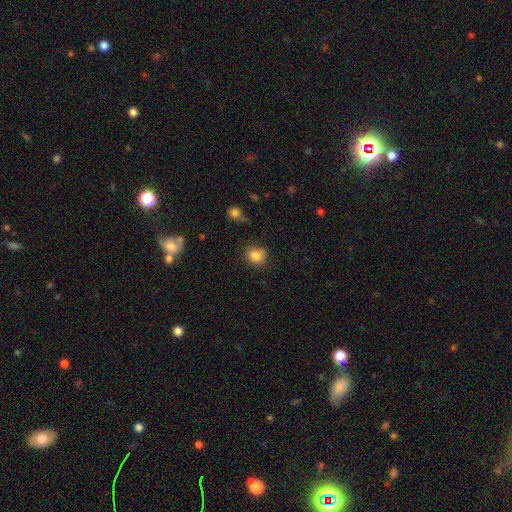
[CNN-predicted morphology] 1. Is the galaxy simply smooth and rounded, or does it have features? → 84% smooth, 11% star or artifact, 5% featured or disk.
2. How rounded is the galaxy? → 80% round, 19% in between, 1% cigar-shaped.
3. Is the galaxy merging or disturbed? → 82% none, 13% minor disturbance, 3% major disturbance, 2% merger.